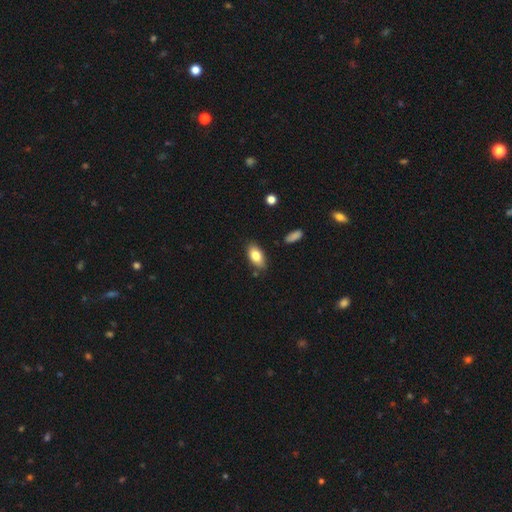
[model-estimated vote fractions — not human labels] Overall: smooth (81%). How rounded: in between (91%). Merging: none (82%).